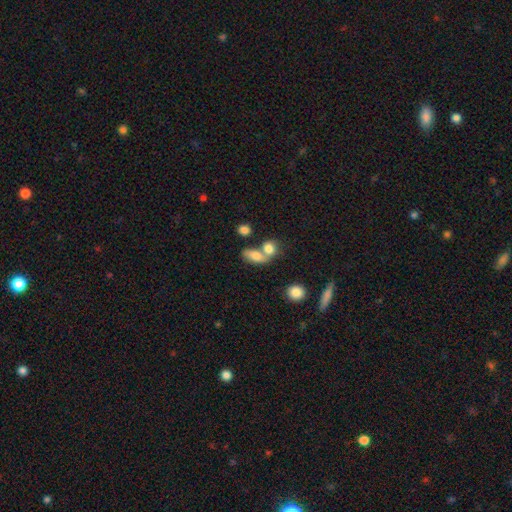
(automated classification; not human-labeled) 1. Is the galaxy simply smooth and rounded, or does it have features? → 76% smooth, 14% featured or disk, 10% star or artifact.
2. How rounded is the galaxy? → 76% in between, 19% round, 6% cigar-shaped.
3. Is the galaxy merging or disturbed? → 55% merger, 29% none, 10% minor disturbance, 6% major disturbance.